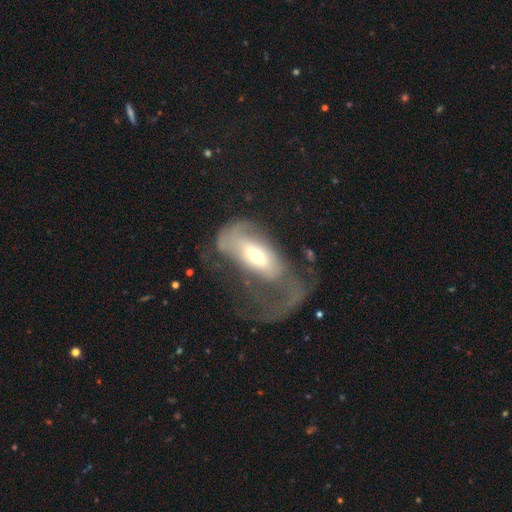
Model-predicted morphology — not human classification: Q: Smooth or featured?
A: featured or disk (58%); runner-up: smooth (34%)
Q: Edge-on disk?
A: no (90%); runner-up: yes (10%)
Q: Bar?
A: no (58%); runner-up: weak (27%)
Q: Spiral arms?
A: yes (53%); runner-up: no (47%)
Q: Bulge size?
A: moderate (53%); runner-up: small (35%)
Q: Merging?
A: major disturbance (65%); runner-up: none (17%)